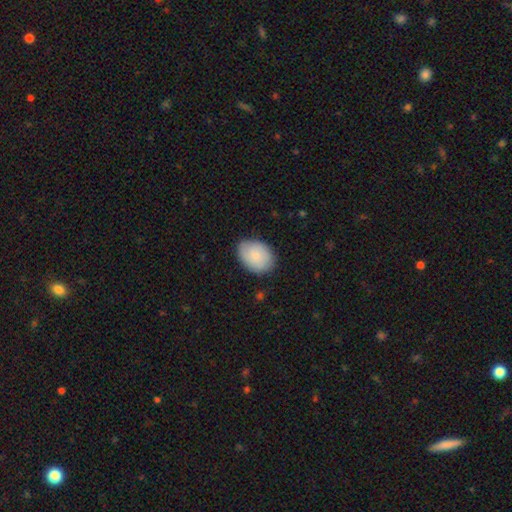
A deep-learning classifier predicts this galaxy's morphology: Smooth or featured? smooth (82%)
How rounded? in between (72%)
Merging? none (78%)